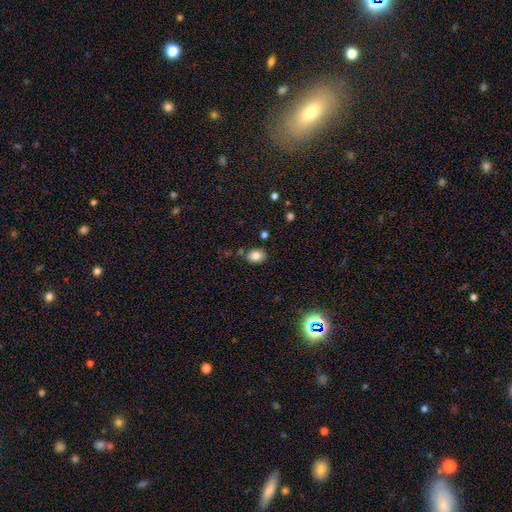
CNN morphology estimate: smooth 83%, star or artifact 10%, featured or disk 6%. Down the decision tree: how rounded — in between (65%); merging — none (78%).